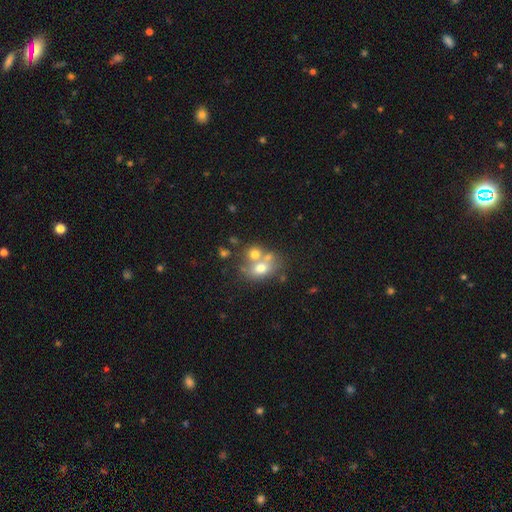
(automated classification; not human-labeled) This appears to be a smooth galaxy with no disk features (55%) that is round (51%). Merging: merger (48%).